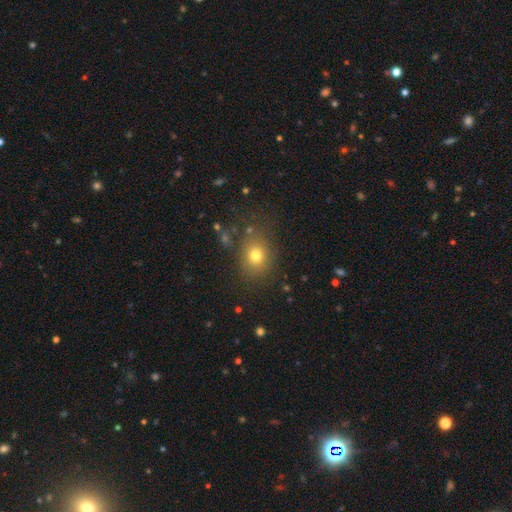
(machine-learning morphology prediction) smooth_or_featured: smooth (p=0.75) [alt: star or artifact p=0.15]
how_rounded: round (p=0.59) [alt: in between p=0.40]
merging: none (p=0.78) [alt: minor disturbance p=0.13]